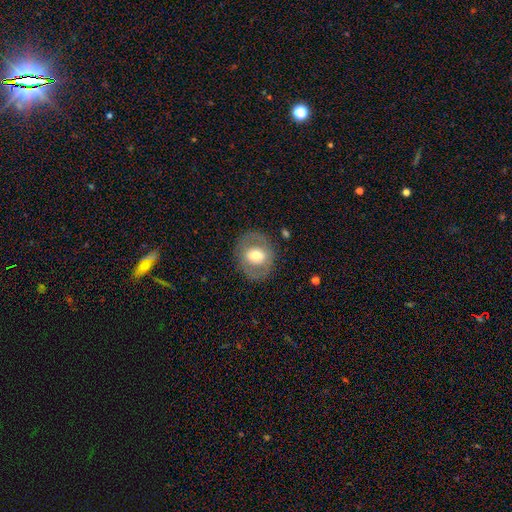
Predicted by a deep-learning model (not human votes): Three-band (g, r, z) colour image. It shows a smooth galaxy with no disk features (49%). Merging: none (81%).